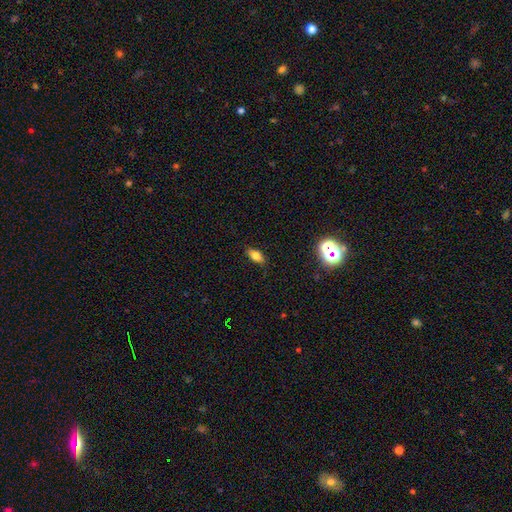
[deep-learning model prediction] Smooth or featured?
  - smooth: 70% *
  - featured or disk: 19%
  - star or artifact: 12%
How rounded?
  - in between: 78% *
  - cigar-shaped: 17%
  - round: 5%
Merging?
  - none: 87% *
  - minor disturbance: 10%
  - major disturbance: 2%
  - merger: 1%